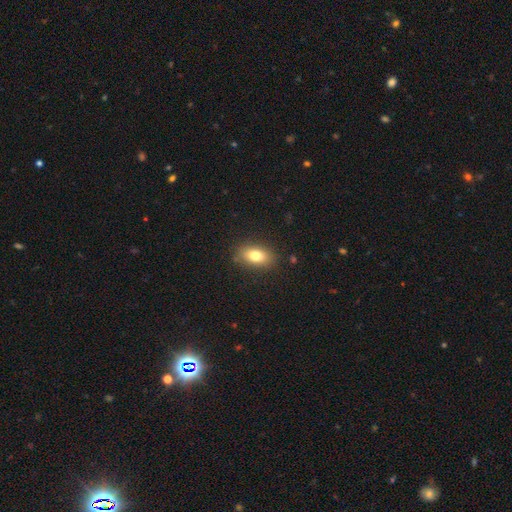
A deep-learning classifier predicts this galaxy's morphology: Smooth or featured?
  - smooth: 77% *
  - featured or disk: 14%
  - star or artifact: 9%
How rounded?
  - in between: 84% *
  - round: 11%
  - cigar-shaped: 4%
Merging?
  - none: 86% *
  - minor disturbance: 10%
  - major disturbance: 3%
  - merger: 1%